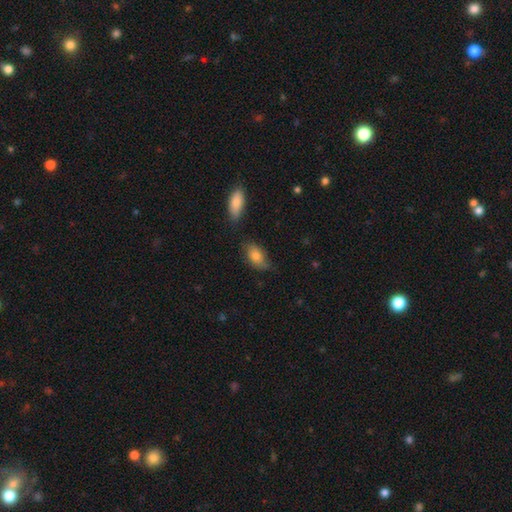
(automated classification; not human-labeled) This is likely a smooth galaxy (79%). How rounded: clearly in between (90%). Merging: possibly none (59%).